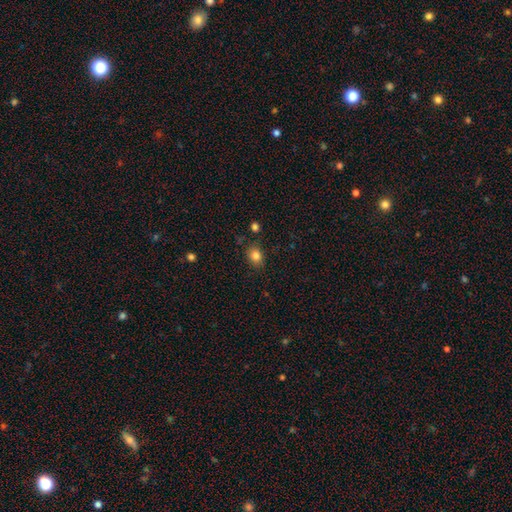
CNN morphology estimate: This is clearly a smooth galaxy (82%). How rounded: possibly round (52%). Merging: clearly none (81%).